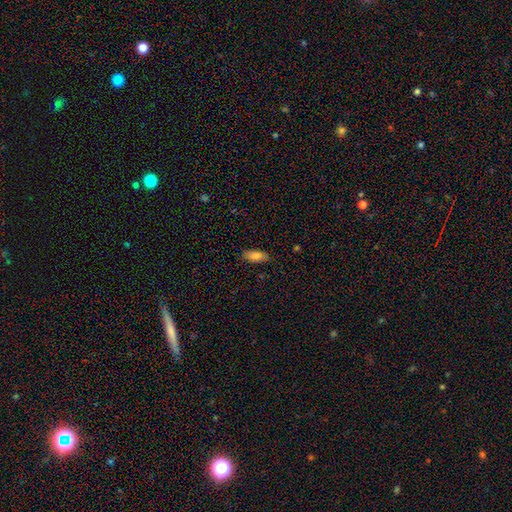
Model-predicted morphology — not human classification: A smooth galaxy with no disk features (80%) that is in between round and cigar-shaped (82%). Merging: none (84%).